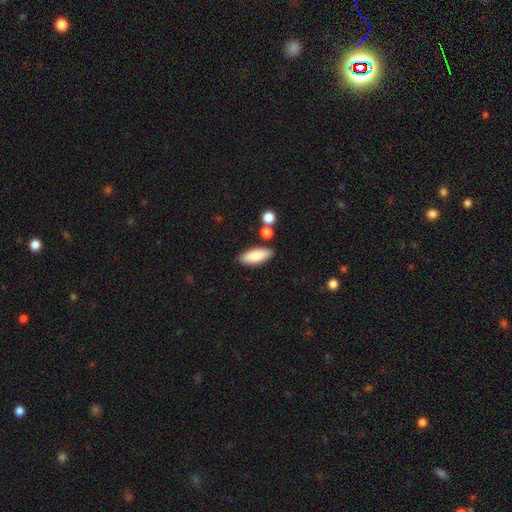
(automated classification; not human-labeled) A smooth galaxy with no disk features (84%) that is in between round and cigar-shaped (78%).

Vote fractions:
- Smooth or featured? smooth: 84% / featured or disk: 9% / star or artifact: 6%
- How rounded? in between: 78% / cigar-shaped: 20% / round: 2%
- Merging? none: 82% / minor disturbance: 11% / merger: 5% / major disturbance: 2%